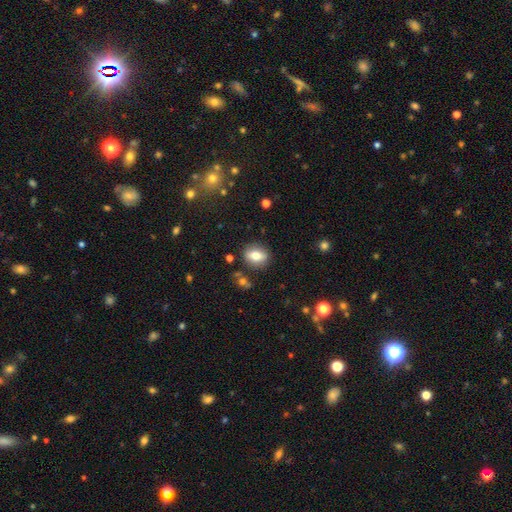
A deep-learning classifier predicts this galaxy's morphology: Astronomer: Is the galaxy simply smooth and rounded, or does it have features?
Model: smooth — 71%.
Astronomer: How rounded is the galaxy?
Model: in between — 62%.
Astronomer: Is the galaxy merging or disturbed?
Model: none — 84%.